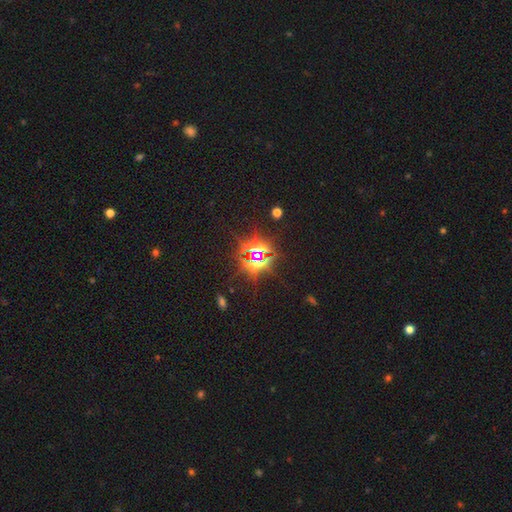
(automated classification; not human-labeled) smooth_or_featured: star or artifact (p=0.83) [alt: smooth p=0.09]